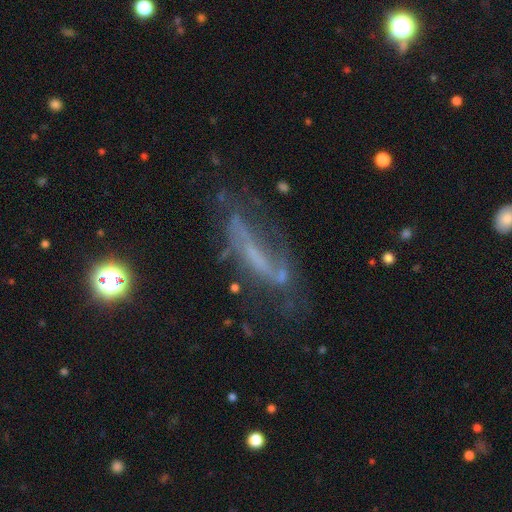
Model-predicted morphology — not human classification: type=featured or disk (64%); edge-on=no (67%); merging=none (45%).